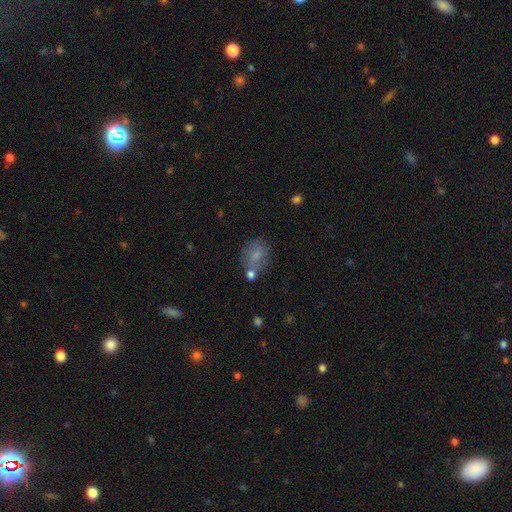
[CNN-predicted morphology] Smooth or featured?
  - smooth: 74% *
  - featured or disk: 15%
  - star or artifact: 11%
How rounded?
  - in between: 55% *
  - round: 43%
  - cigar-shaped: 2%
Merging?
  - none: 57% *
  - minor disturbance: 20%
  - merger: 14%
  - major disturbance: 9%